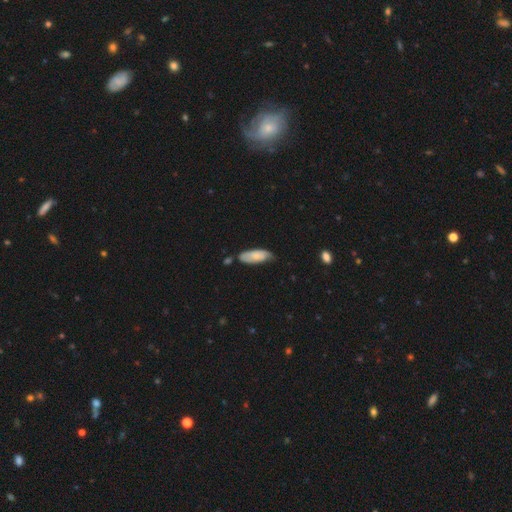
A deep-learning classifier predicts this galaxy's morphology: smooth-or-featured: smooth: 72% | featured or disk: 22% | star or artifact: 6%
  how-rounded: in between: 73% | cigar-shaped: 26% | round: 2%
  merging: none: 57% | minor disturbance: 33% | major disturbance: 6% | merger: 4%